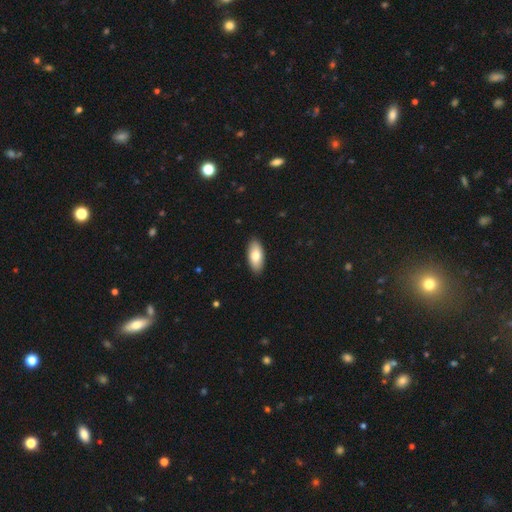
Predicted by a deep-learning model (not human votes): A smooth galaxy with no disk features (77%) that is in between round and cigar-shaped (89%). Merging: none (90%).